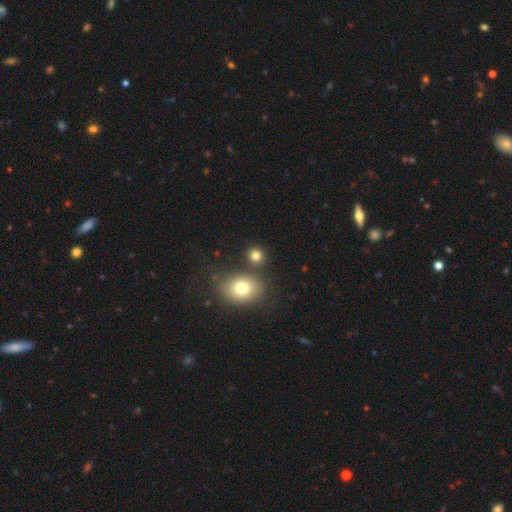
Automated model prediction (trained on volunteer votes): Smooth or featured?
  - smooth: 79% *
  - star or artifact: 13%
  - featured or disk: 8%
How rounded?
  - round: 80% *
  - in between: 19%
  - cigar-shaped: 1%
Merging?
  - none: 75% *
  - merger: 13%
  - minor disturbance: 8%
  - major disturbance: 3%